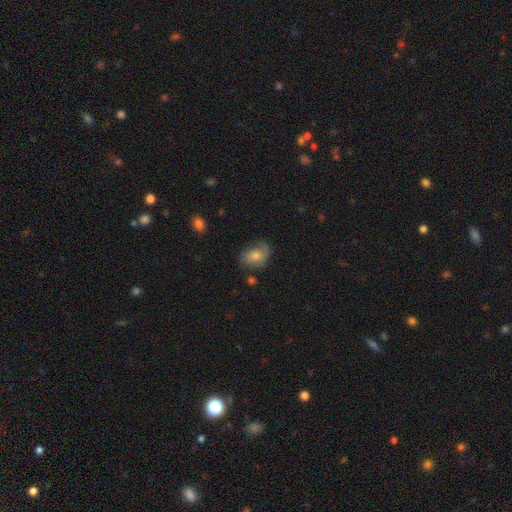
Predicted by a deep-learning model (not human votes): smooth 52%, featured or disk 38%, star or artifact 11%. Down the decision tree: how rounded — in between (71%); merging — none (62%).